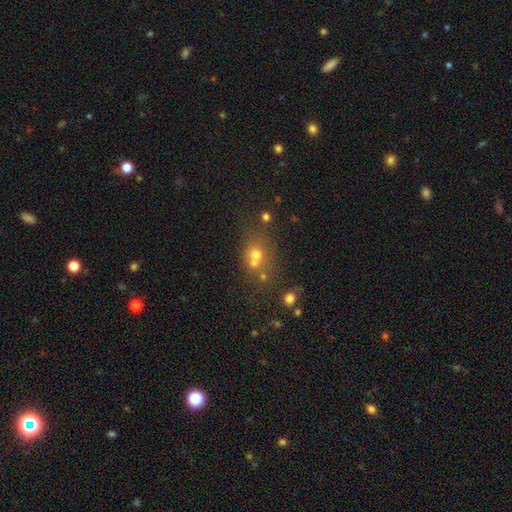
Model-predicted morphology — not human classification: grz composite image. It shows a smooth galaxy with no disk features (58%) that is round (68%). Merging: merger (43%).